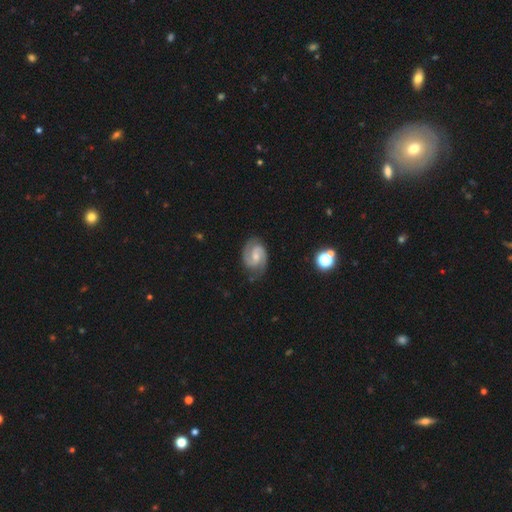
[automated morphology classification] type=featured or disk (88%); edge-on=no (98%); bar=weak (50%); spiral arms=yes (98%); winding=medium (55%); arm count=2 (93%); bulge=small (44%); merging=none (81%).